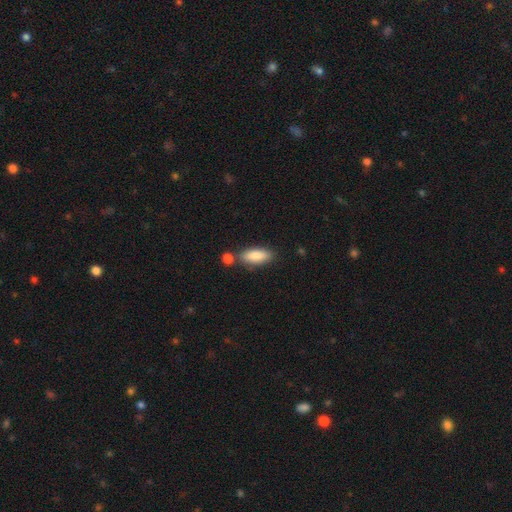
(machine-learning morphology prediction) smooth 86%, featured or disk 8%, star or artifact 6%. Down the decision tree: how rounded — in between (77%); merging — none (69%).